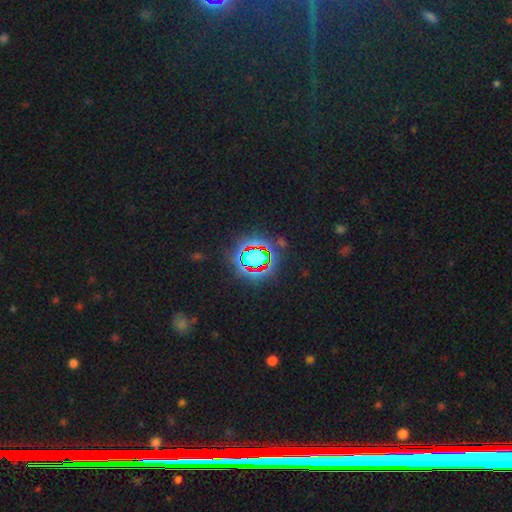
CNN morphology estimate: type=star or artifact (81%).